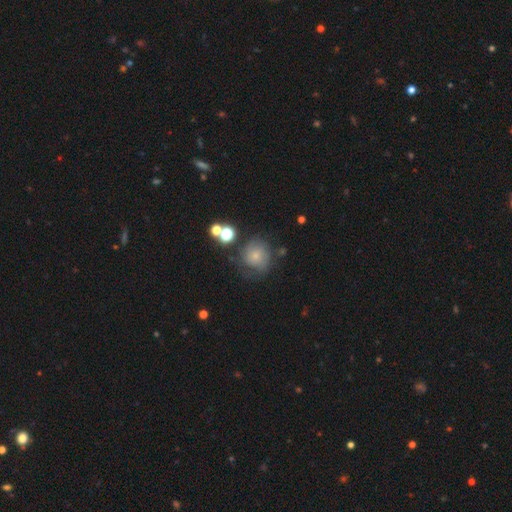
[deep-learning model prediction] Smooth or featured?
  - smooth: 60% *
  - featured or disk: 27%
  - star or artifact: 14%
How rounded?
  - round: 86% *
  - in between: 13%
  - cigar-shaped: 1%
Merging?
  - none: 57% *
  - minor disturbance: 22%
  - major disturbance: 13%
  - merger: 7%